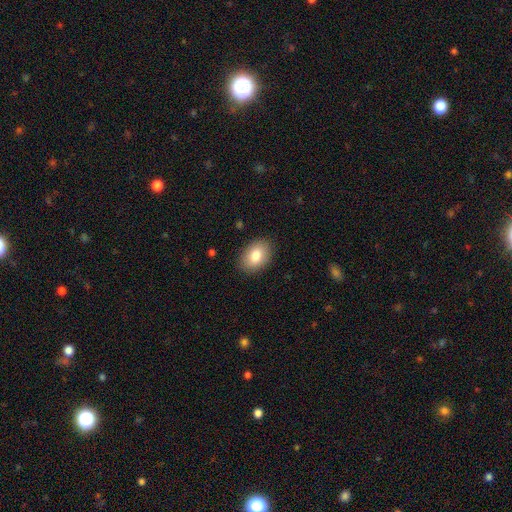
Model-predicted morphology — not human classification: Smooth or featured? smooth (82%)
How rounded? in between (84%)
Merging? none (88%)